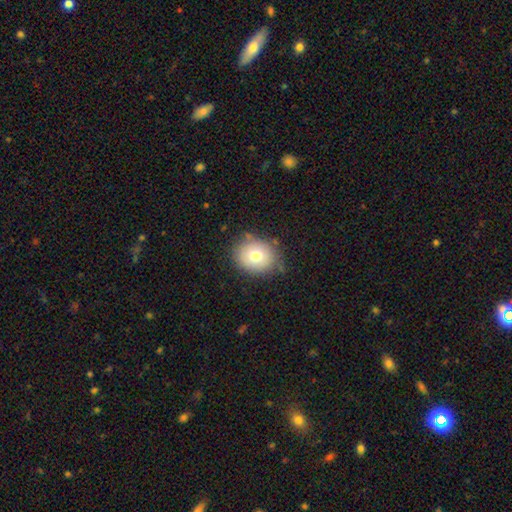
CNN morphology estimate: type=smooth (73%); roundness=round (65%); merging=none (78%).